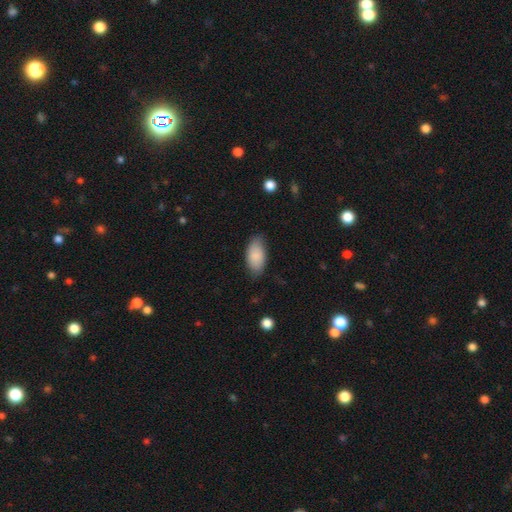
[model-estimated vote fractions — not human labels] This is clearly a smooth galaxy (87%). How rounded: clearly in between (93%). Merging: likely none (77%).